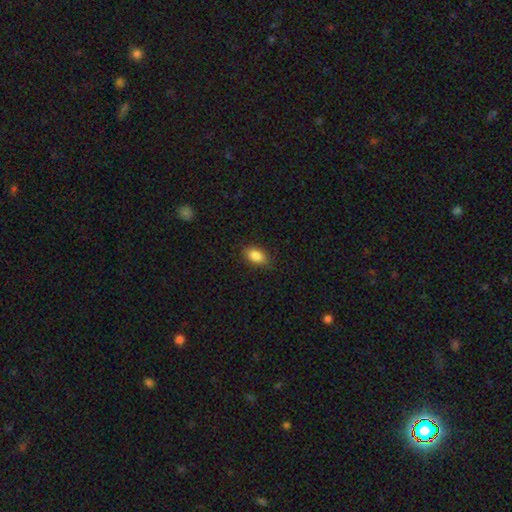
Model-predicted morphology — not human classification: Smooth or featured: smooth — 87% (star or artifact — 8%)
How rounded: in between — 90% (round — 8%)
Merging: none — 86% (minor disturbance — 10%)